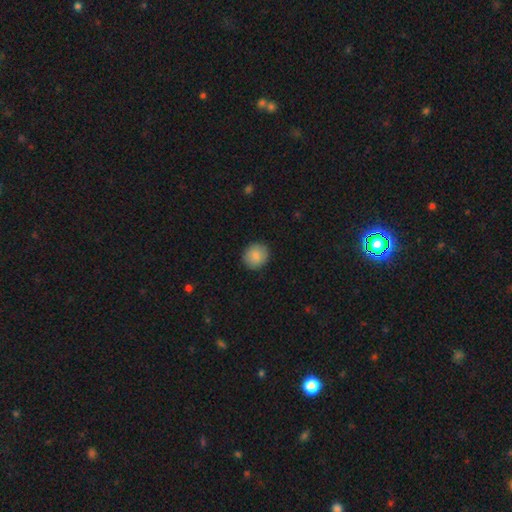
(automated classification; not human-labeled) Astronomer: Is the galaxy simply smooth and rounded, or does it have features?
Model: smooth — 86%.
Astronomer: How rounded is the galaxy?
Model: round — 82%.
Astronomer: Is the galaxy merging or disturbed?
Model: none — 90%.